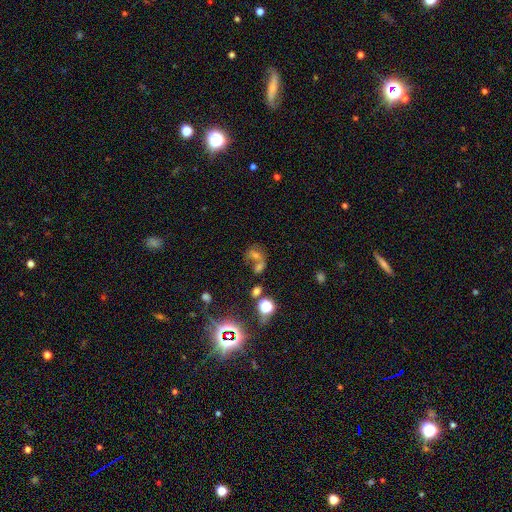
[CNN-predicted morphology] Overall: star or artifact (41%; smooth 34%).